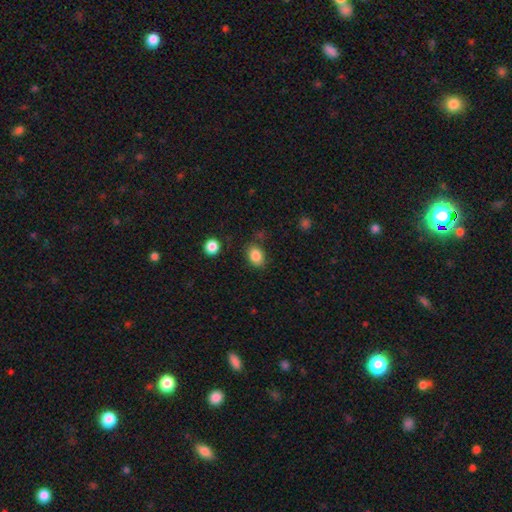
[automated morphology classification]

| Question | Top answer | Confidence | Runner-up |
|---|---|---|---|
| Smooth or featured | smooth | 86% | star or artifact (9%) |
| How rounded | in between | 69% | round (30%) |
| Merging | none | 77% | minor disturbance (15%) |